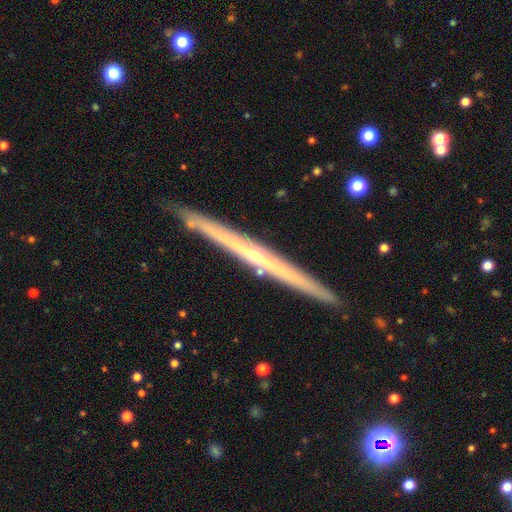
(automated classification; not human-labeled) Morphology: type=featured or disk (79%); edge-on=yes (98%); edge-on bulge=none (49%); merging=none (91%).